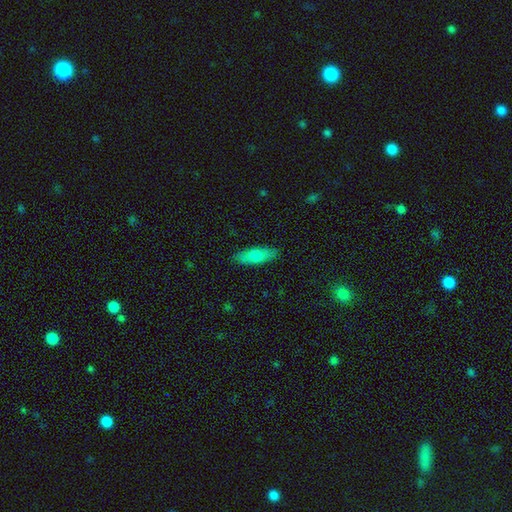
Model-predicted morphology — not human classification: Smooth or featured? Predicted: smooth (p=0.71). How rounded? Predicted: in between (p=0.61). Merging? Predicted: none (p=0.86).